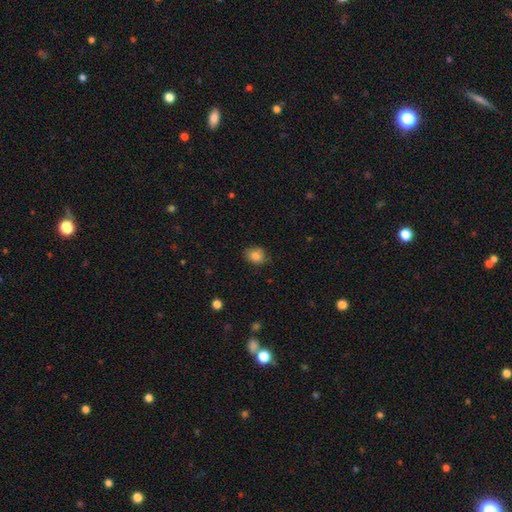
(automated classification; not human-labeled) Smooth or featured: smooth — 84% (star or artifact — 10%)
How rounded: round — 55% (in between — 44%)
Merging: none — 77% (minor disturbance — 19%)